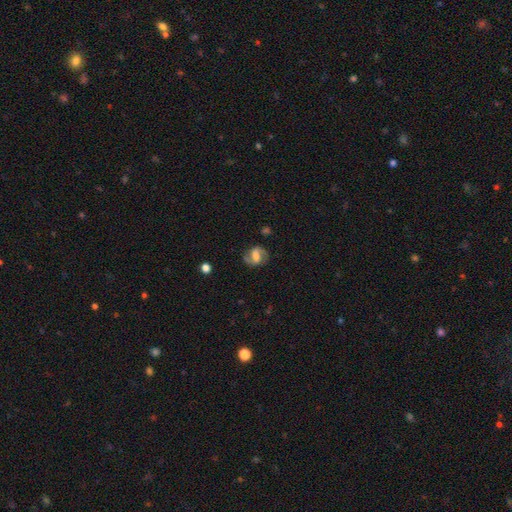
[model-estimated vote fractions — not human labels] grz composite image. It shows a featured or disk galaxy (75%) with a weak bar (42%), 2 (91%) medium (50%) spiral arms (93%) and a moderate central bulge (34%). Merging: none (78%).